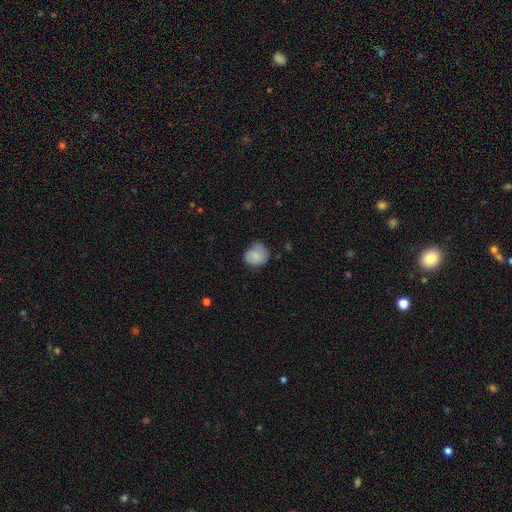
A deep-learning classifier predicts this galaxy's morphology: Overall: smooth (77%). How rounded: round (73%). Merging: none (58%; minor disturbance 32%).